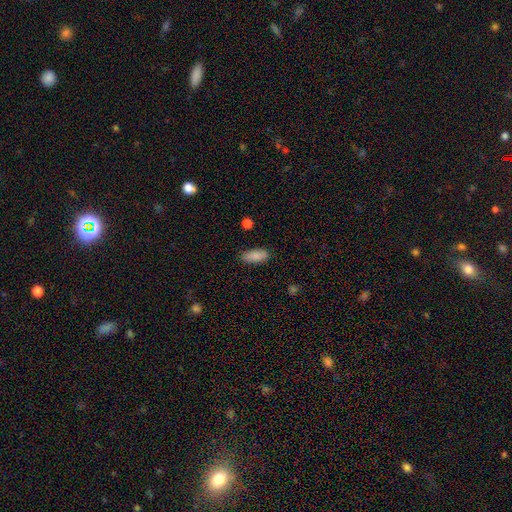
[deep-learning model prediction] This is clearly a smooth galaxy (88%). How rounded: clearly in between (83%). Merging: clearly none (86%).